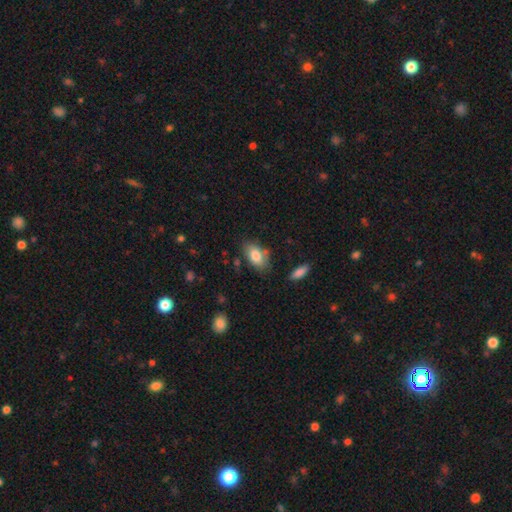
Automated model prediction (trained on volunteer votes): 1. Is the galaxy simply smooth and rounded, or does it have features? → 82% smooth, 11% featured or disk, 7% star or artifact.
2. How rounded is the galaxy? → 91% in between, 6% round, 3% cigar-shaped.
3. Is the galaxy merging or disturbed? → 73% none, 18% minor disturbance, 5% merger, 4% major disturbance.